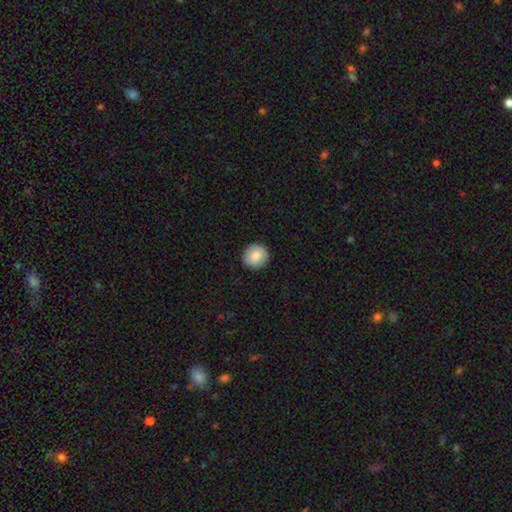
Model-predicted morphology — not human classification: A smooth galaxy with no disk features (85%) that is round (92%). Merging: none (91%).